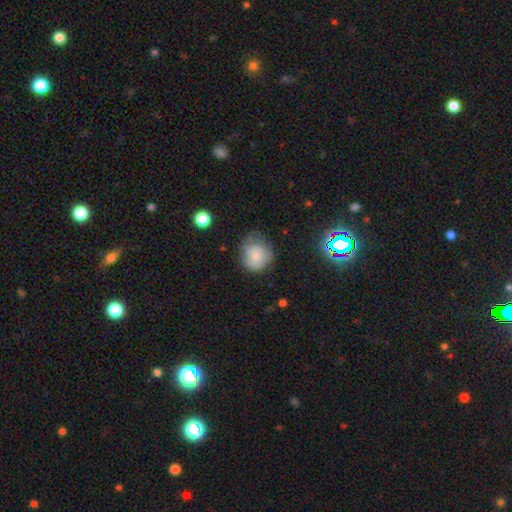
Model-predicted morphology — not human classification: smooth-or-featured: smooth: 57% | featured or disk: 33% | star or artifact: 10%
  how-rounded: round: 78% | in between: 21% | cigar-shaped: 1%
  merging: none: 54% | minor disturbance: 31% | major disturbance: 14% | merger: 2%